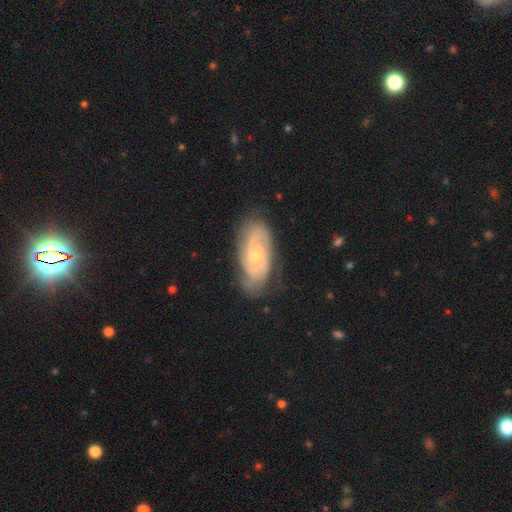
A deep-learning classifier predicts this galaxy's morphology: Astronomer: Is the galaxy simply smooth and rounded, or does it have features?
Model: featured or disk — 83%.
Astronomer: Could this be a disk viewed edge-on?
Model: no — 95%.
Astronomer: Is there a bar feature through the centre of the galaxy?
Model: no — 49% (runner-up: weak, 42%).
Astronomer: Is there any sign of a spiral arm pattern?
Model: yes — 95%.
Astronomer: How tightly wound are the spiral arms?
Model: tight — 53% (runner-up: medium, 38%).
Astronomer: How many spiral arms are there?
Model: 2 — 65%.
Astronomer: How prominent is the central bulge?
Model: small — 61%.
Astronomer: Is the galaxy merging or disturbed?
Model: none — 75%.